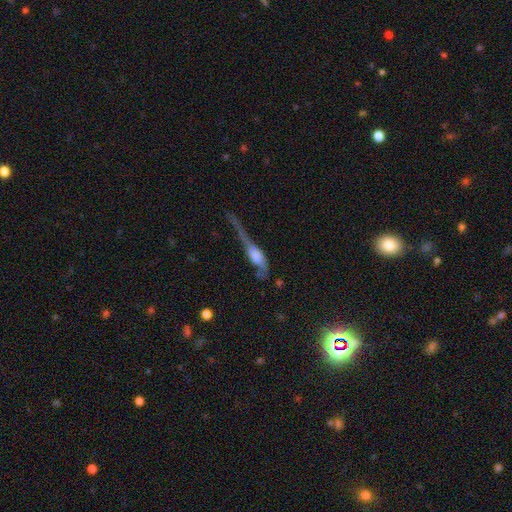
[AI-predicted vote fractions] Smooth or featured? Predicted: featured or disk (p=0.48). Merging? Predicted: major disturbance (p=0.52).